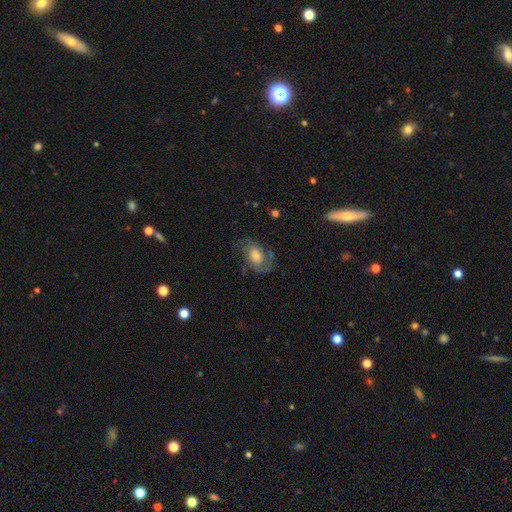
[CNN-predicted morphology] Smooth or featured? featured or disk (68%)
Edge-on disk? no (96%)
Bar? no (65%)
Spiral arms? yes (87%)
Spiral winding? medium (48%)
Spiral arm count? 2 (74%)
Bulge size? moderate (46%)
Merging? none (65%)